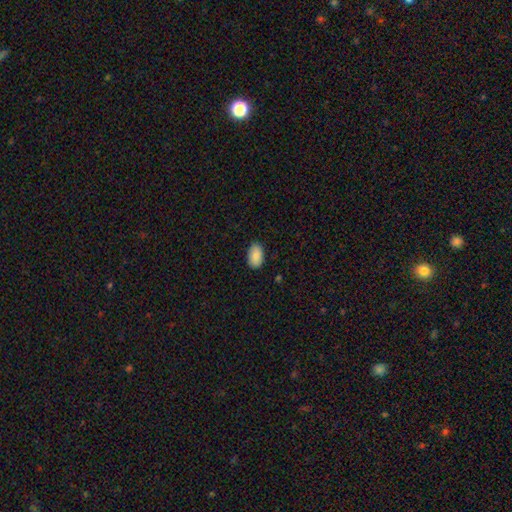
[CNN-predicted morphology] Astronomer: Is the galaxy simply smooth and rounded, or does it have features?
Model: smooth — 89%.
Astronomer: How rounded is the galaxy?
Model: in between — 94%.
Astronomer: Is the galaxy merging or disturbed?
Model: none — 87%.